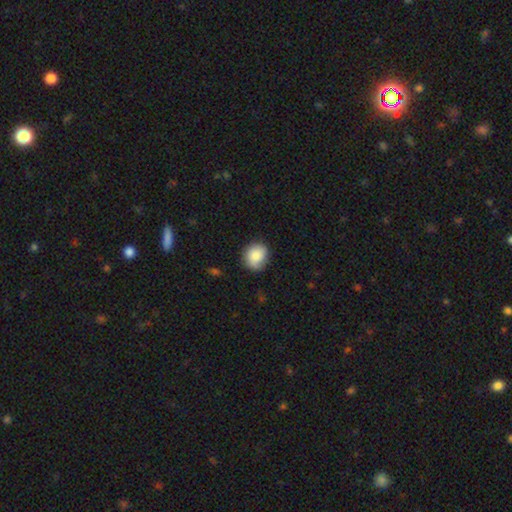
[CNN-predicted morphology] smooth-or-featured: smooth: 84% | featured or disk: 8% | star or artifact: 8%
  how-rounded: round: 75% | in between: 24% | cigar-shaped: 1%
  merging: none: 77% | minor disturbance: 18% | major disturbance: 3% | merger: 1%